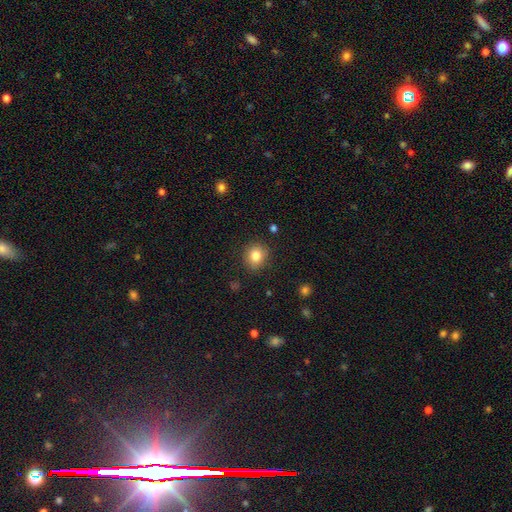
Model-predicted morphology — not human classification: smooth_or_featured: smooth (p=0.83) [alt: star or artifact p=0.10]
how_rounded: round (p=0.78) [alt: in between p=0.21]
merging: none (p=0.87) [alt: minor disturbance p=0.09]